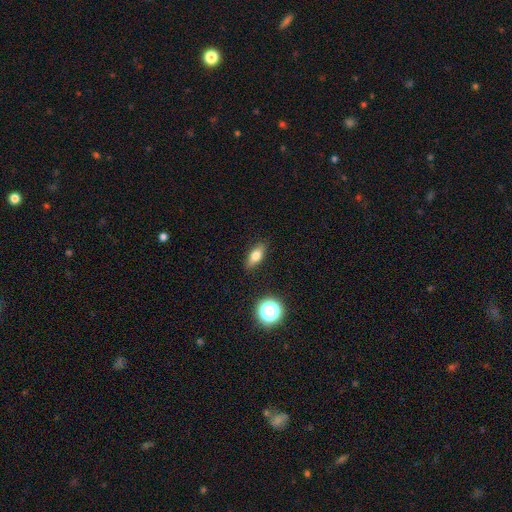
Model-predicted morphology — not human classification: A smooth galaxy with no disk features (72%) that is in between round and cigar-shaped (70%).

Vote fractions:
- Smooth or featured? smooth: 72% / featured or disk: 18% / star or artifact: 10%
- How rounded? in between: 70% / cigar-shaped: 21% / round: 9%
- Merging? none: 87% / minor disturbance: 9% / major disturbance: 2% / merger: 1%